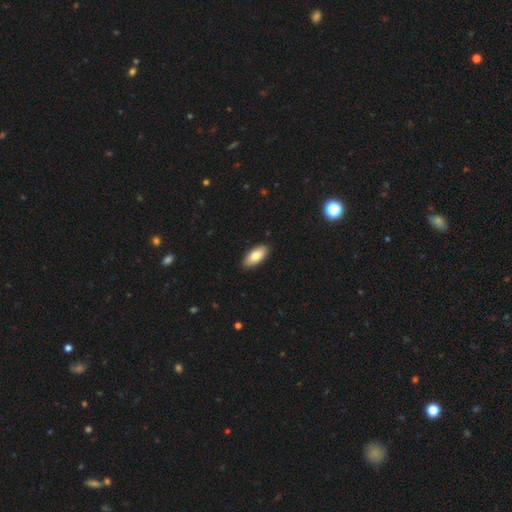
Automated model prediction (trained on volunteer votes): This appears to be a smooth galaxy with no disk features (82%) that is in between round and cigar-shaped (90%). Merging: none (89%).